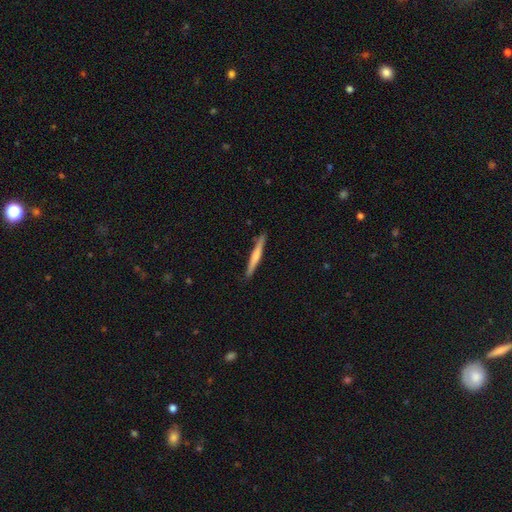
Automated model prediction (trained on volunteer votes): smooth-or-featured: smooth: 51% | featured or disk: 44% | star or artifact: 5%
  how-rounded: cigar-shaped: 96% | in between: 3% | round: 1%
  merging: none: 90% | minor disturbance: 8% | major disturbance: 1% | merger: 1%